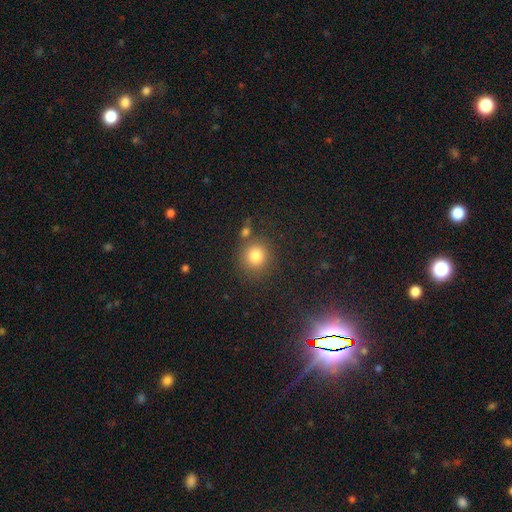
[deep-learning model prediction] Morphology: type=smooth (82%); roundness=round (90%); merging=none (77%).